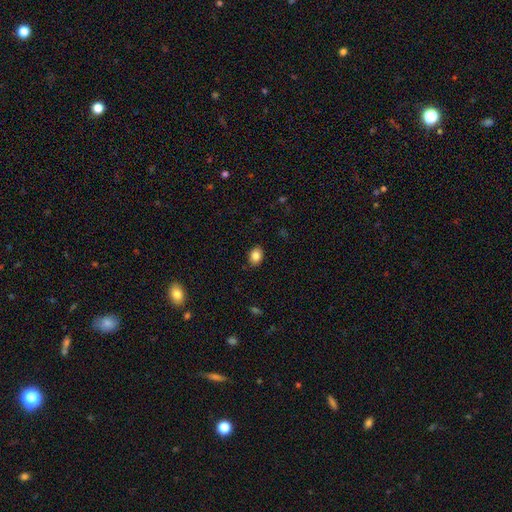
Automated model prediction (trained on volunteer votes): Smooth or featured: smooth — 85% (star or artifact — 9%)
How rounded: in between — 68% (round — 31%)
Merging: none — 88% (minor disturbance — 9%)